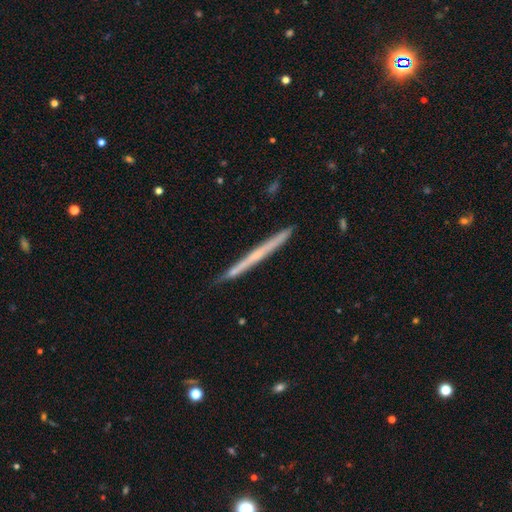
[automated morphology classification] A featured or disk galaxy (59%) viewed edge-on (98%) with no central bulge (78%). Merging: none (90%).